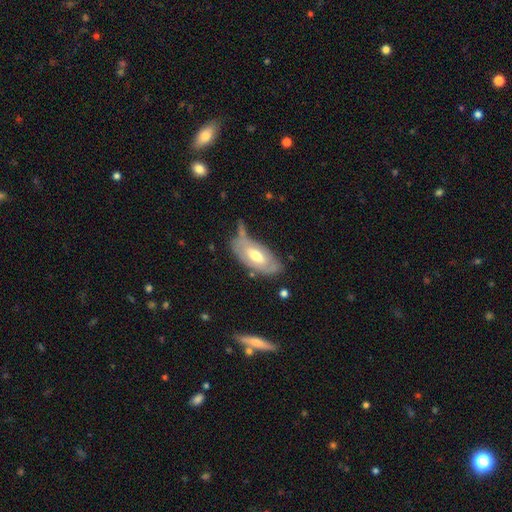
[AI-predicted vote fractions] Smooth or featured? Predicted: featured or disk (p=0.50). Merging? Predicted: none (p=0.54).